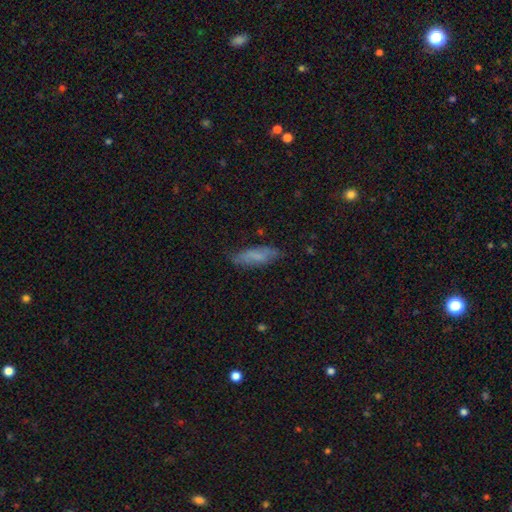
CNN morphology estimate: Smooth or featured: smooth — 65% (featured or disk — 26%)
How rounded: in between — 53% (cigar-shaped — 45%)
Merging: none — 72% (minor disturbance — 21%)